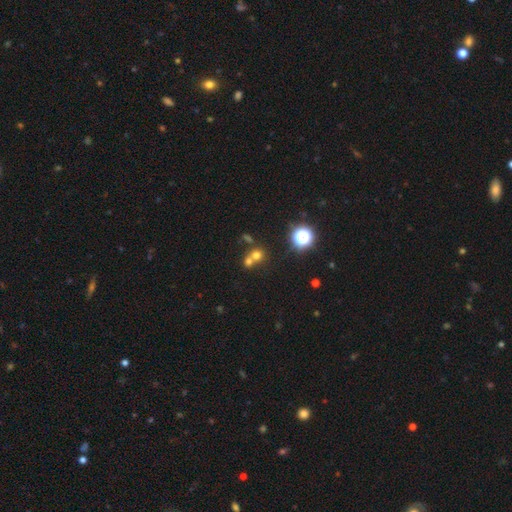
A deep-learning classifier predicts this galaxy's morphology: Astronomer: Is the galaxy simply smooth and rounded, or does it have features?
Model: smooth — 62%.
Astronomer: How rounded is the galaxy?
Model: round — 84%.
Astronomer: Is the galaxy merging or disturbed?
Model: merger — 49% (runner-up: none, 43%).